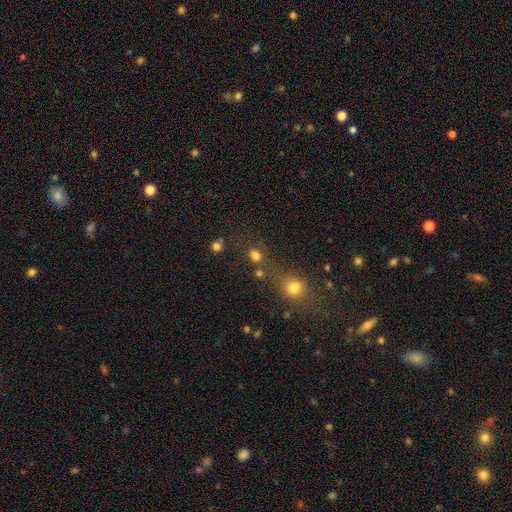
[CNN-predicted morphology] type=smooth (75%); roundness=round (60%); merging=none (59%).